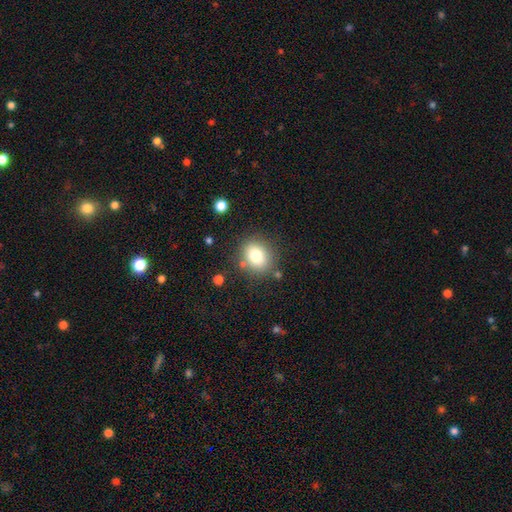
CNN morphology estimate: This appears to be a smooth galaxy with no disk features (79%) that is round (60%). Merging: none (80%).